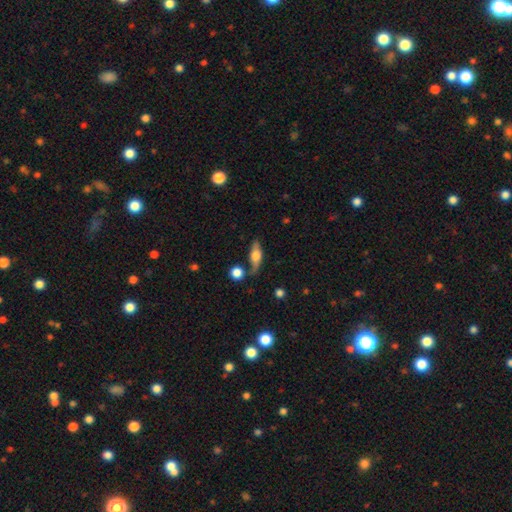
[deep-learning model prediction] Overall: featured or disk (47%; smooth 46%). Merging: none (69%).